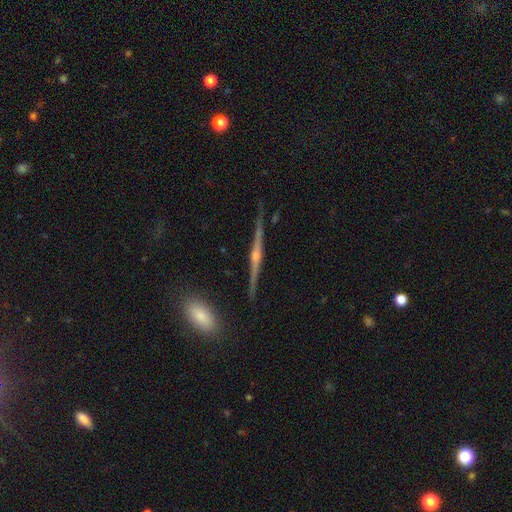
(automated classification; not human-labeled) featured or disk 85%, smooth 8%, star or artifact 7%. Down the decision tree: edge-on disk — yes (98%); edge-on bulge — rounded (88%); merging — none (88%).